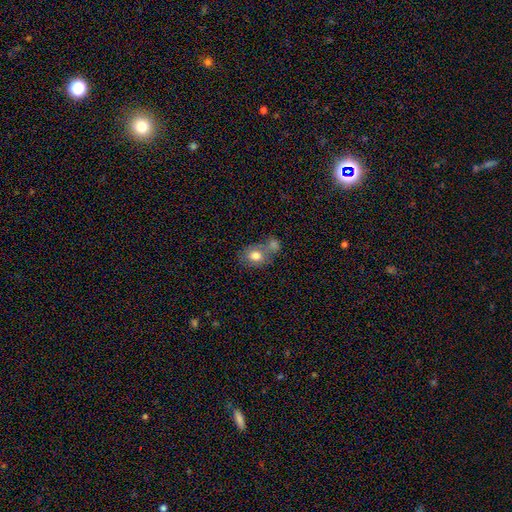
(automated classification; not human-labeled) Overall: smooth (78%). How rounded: in between (51%; round 48%). Merging: merger (42%; none 40%).